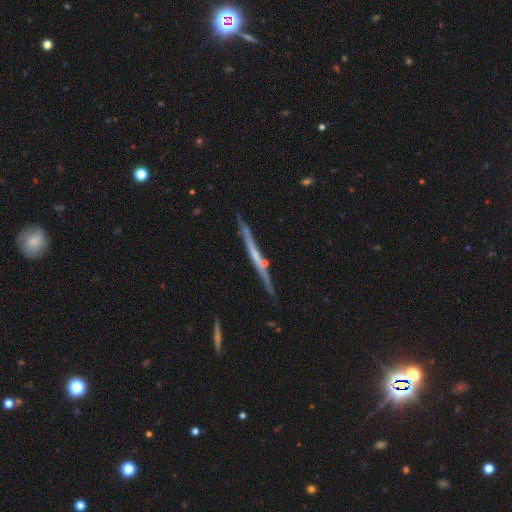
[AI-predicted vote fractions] Smooth or featured: featured or disk — 68% (smooth — 25%)
Edge-on disk: yes — 96% (no — 4%)
Edge-on bulge: none — 69% (rounded — 25%)
Merging: none — 82% (minor disturbance — 12%)